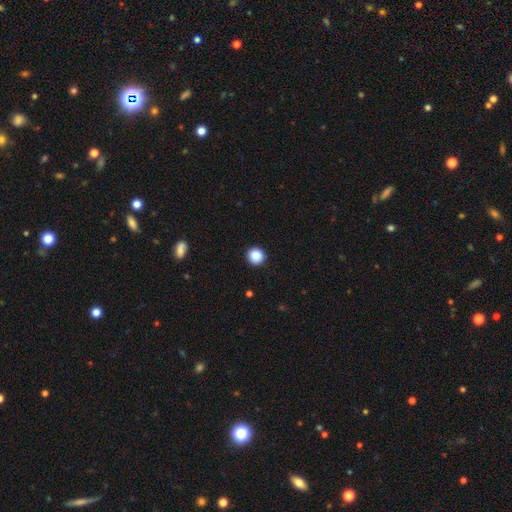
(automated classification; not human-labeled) Smooth or featured?
  - smooth: 87% *
  - star or artifact: 10%
  - featured or disk: 3%
How rounded?
  - round: 93% *
  - in between: 6%
  - cigar-shaped: 1%
Merging?
  - none: 92% *
  - minor disturbance: 5%
  - major disturbance: 2%
  - merger: 1%